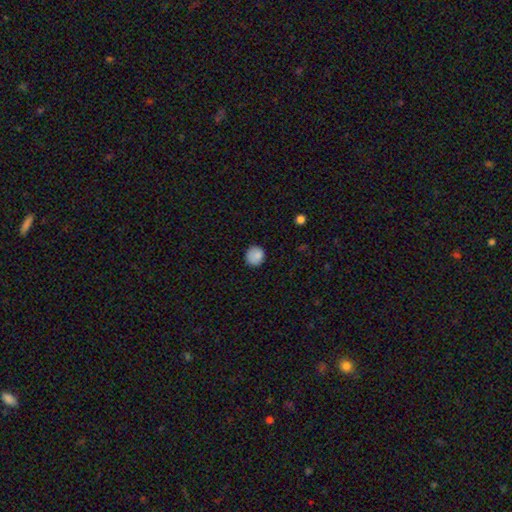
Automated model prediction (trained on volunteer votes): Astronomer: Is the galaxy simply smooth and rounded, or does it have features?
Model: smooth — 85%.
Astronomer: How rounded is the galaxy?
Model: round — 86%.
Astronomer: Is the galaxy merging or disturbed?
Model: none — 83%.